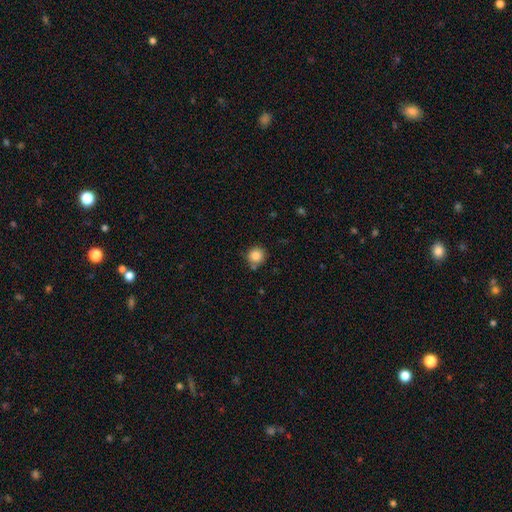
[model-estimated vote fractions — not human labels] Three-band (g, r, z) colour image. It shows a smooth galaxy with no disk features (86%) that is round (92%). Merging: none (76%).